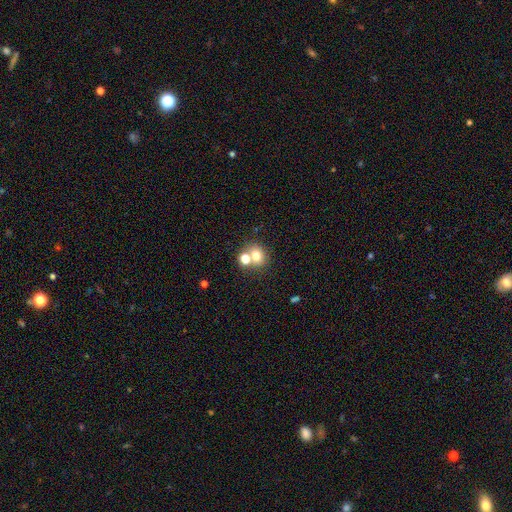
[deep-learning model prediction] smooth-or-featured: smooth: 72% | star or artifact: 15% | featured or disk: 13%
  how-rounded: round: 74% | in between: 25% | cigar-shaped: 1%
  merging: none: 52% | merger: 37% | minor disturbance: 8% | major disturbance: 3%